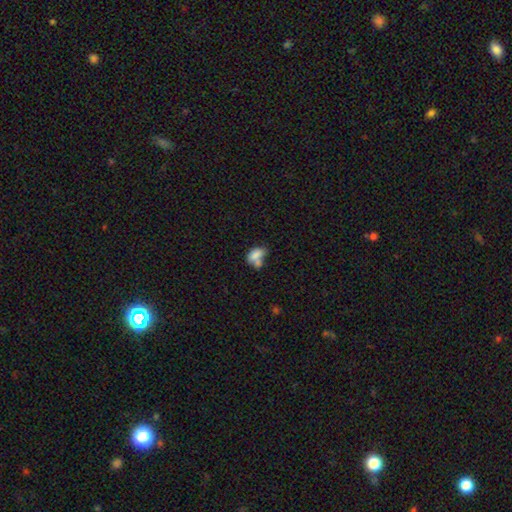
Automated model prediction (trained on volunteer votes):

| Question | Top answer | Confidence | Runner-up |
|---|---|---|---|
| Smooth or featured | smooth | 75% | featured or disk (15%) |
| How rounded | in between | 85% | round (12%) |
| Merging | merger | 50% | none (24%) |